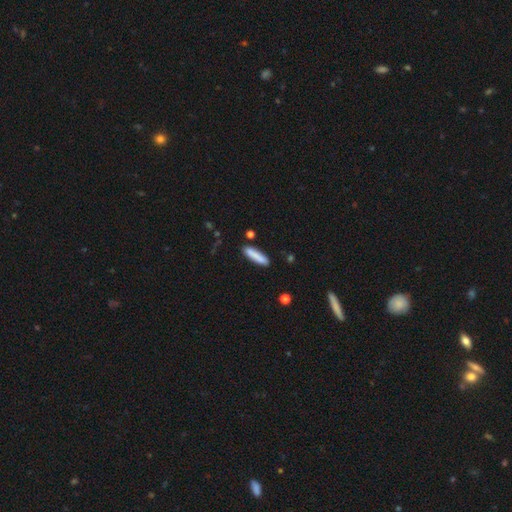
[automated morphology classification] smooth_or_featured: smooth (p=0.85) [alt: featured or disk p=0.09]
how_rounded: cigar-shaped (p=0.82) [alt: in between p=0.17]
merging: none (p=0.84) [alt: minor disturbance p=0.11]